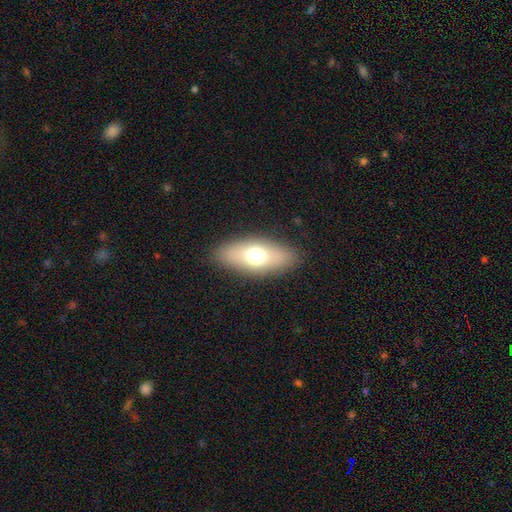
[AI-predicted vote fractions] Q: Smooth or featured?
A: smooth (64%); runner-up: featured or disk (26%)
Q: How rounded?
A: in between (79%); runner-up: cigar-shaped (13%)
Q: Merging?
A: none (86%); runner-up: minor disturbance (9%)